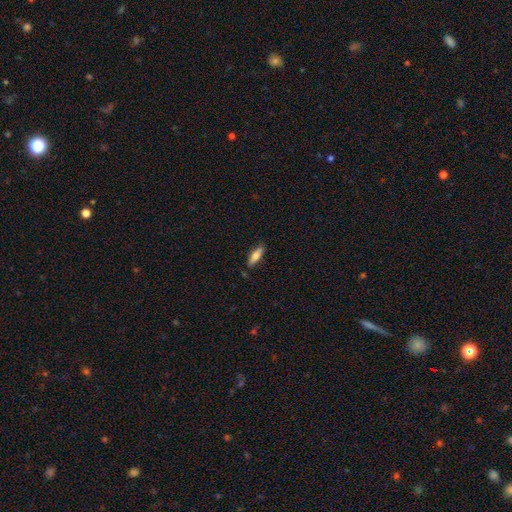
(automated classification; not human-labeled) This appears to be a smooth galaxy with no disk features (73%) that is in between round and cigar-shaped (50%). Merging: none (83%).